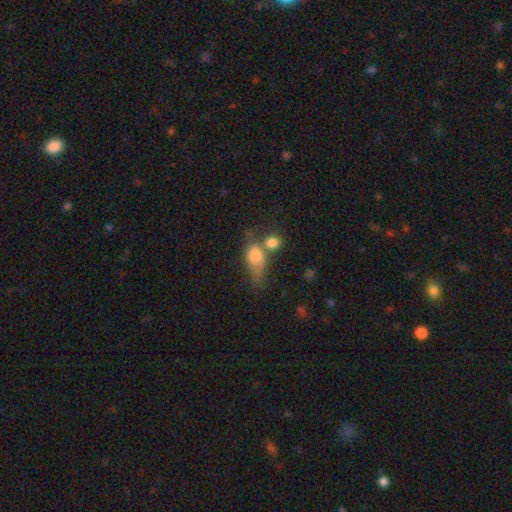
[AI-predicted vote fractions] This is likely a smooth galaxy (73%). How rounded: likely in between (72%). Merging: marginally merger (40%).